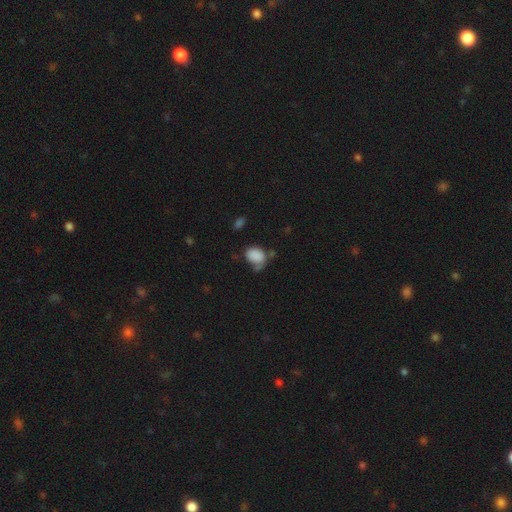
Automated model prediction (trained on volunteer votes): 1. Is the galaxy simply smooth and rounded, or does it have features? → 84% smooth, 9% star or artifact, 7% featured or disk.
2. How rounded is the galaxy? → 62% in between, 37% round, 1% cigar-shaped.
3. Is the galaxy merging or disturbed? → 45% none, 28% minor disturbance, 16% major disturbance, 11% merger.